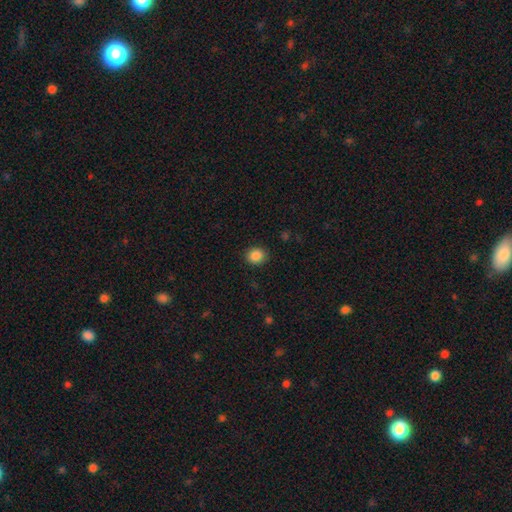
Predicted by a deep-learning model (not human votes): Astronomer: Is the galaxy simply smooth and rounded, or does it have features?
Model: smooth — 87%.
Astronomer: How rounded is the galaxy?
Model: round — 69%.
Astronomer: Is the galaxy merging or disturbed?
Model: none — 89%.